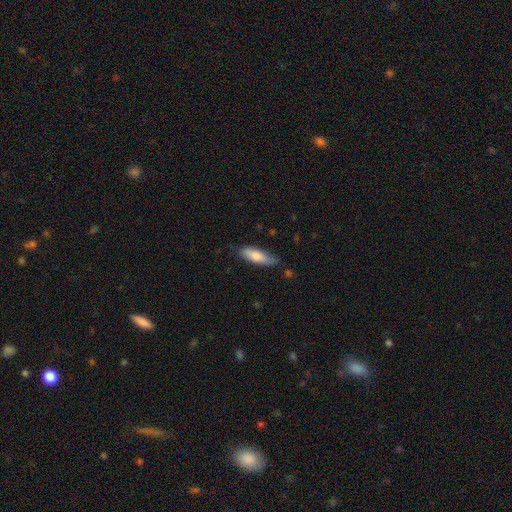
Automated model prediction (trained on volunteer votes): Morphology: type=smooth (77%); roundness=in between (52%); merging=none (72%).